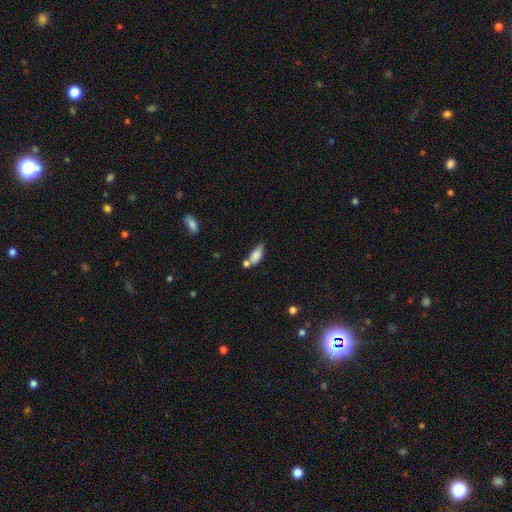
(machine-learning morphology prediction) Smooth or featured: smooth — 80% (featured or disk — 12%)
How rounded: in between — 83% (cigar-shaped — 14%)
Merging: none — 40% (merger — 33%)